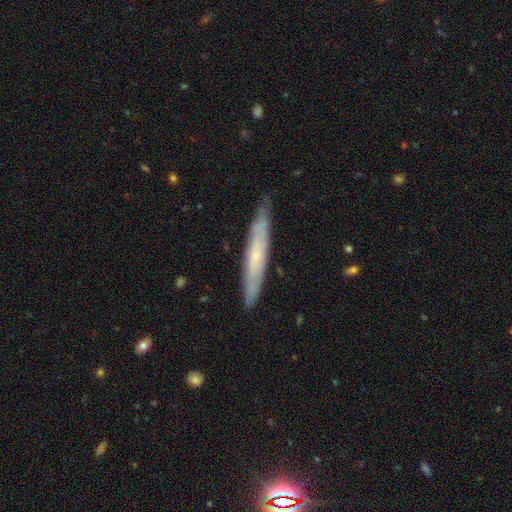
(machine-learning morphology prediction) Smooth or featured?
  - featured or disk: 54% *
  - smooth: 41%
  - star or artifact: 6%
Edge-on disk?
  - yes: 78% *
  - no: 22%
Merging?
  - none: 83% *
  - minor disturbance: 14%
  - major disturbance: 2%
  - merger: 1%